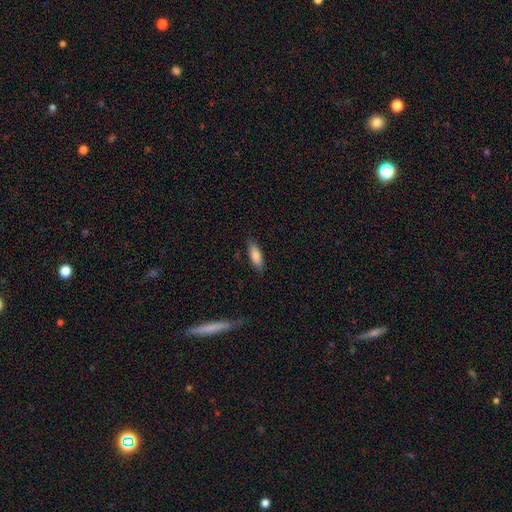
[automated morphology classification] Overall: smooth (82%). How rounded: in between (58%; cigar-shaped 40%). Merging: none (83%).